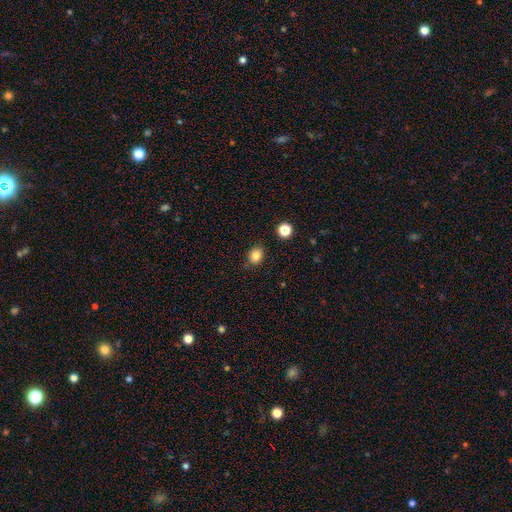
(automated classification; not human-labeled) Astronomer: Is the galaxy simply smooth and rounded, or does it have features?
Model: smooth — 84%.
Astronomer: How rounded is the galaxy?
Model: in between — 50% (runner-up: round, 49%).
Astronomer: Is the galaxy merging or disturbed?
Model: none — 80%.